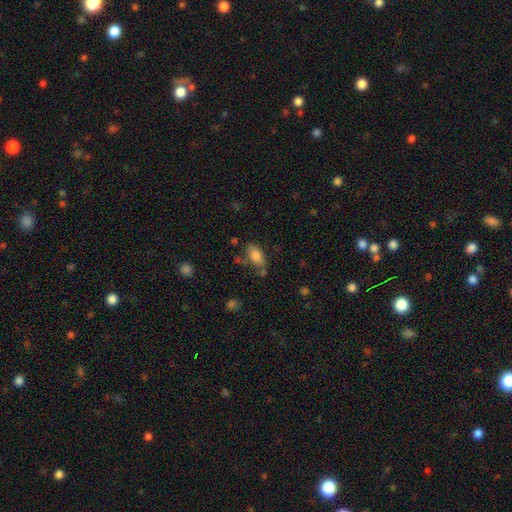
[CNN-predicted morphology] Smooth or featured?
  - smooth: 77% *
  - featured or disk: 15%
  - star or artifact: 8%
How rounded?
  - in between: 87% *
  - cigar-shaped: 8%
  - round: 5%
Merging?
  - none: 58% *
  - minor disturbance: 22%
  - merger: 11%
  - major disturbance: 8%